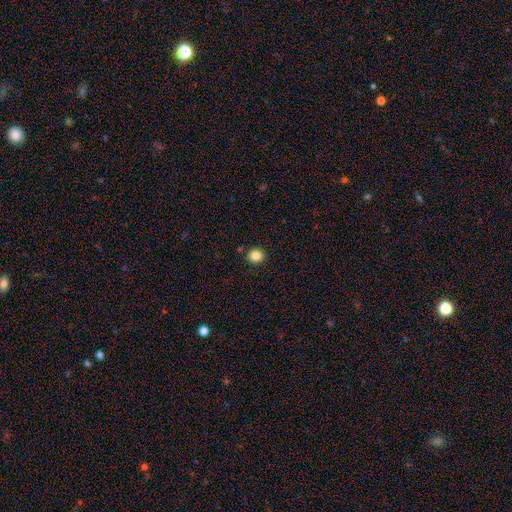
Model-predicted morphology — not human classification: Q: Smooth or featured?
A: smooth (84%); runner-up: star or artifact (11%)
Q: How rounded?
A: round (91%); runner-up: in between (8%)
Q: Merging?
A: none (90%); runner-up: minor disturbance (6%)